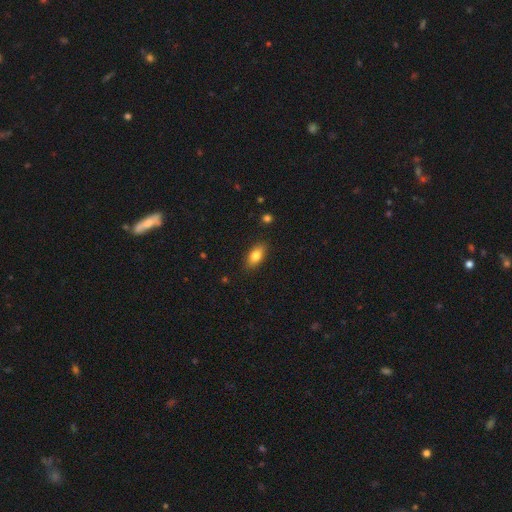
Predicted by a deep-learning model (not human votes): A smooth galaxy with no disk features (81%) that is in between round and cigar-shaped (88%). Merging: none (87%).